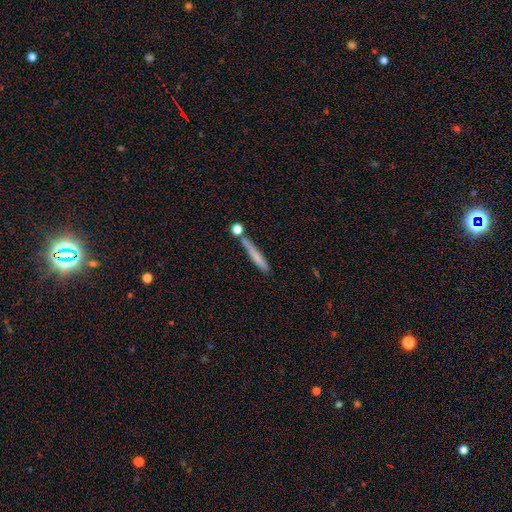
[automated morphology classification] Smooth or featured? smooth (66%)
How rounded? cigar-shaped (92%)
Merging? none (70%)